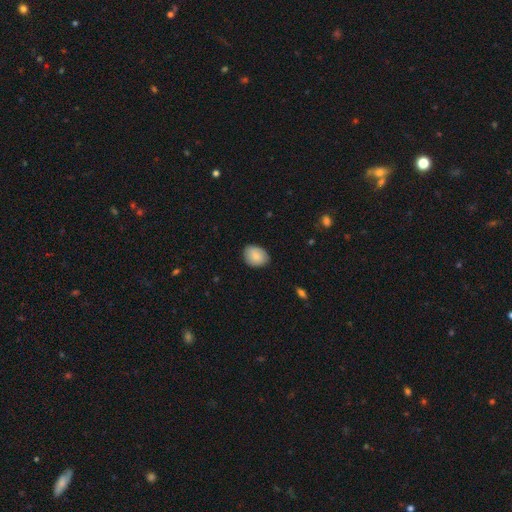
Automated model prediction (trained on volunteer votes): smooth_or_featured: smooth (p=0.85) [alt: featured or disk p=0.09]
how_rounded: in between (p=0.60) [alt: round p=0.39]
merging: none (p=0.82) [alt: minor disturbance p=0.15]